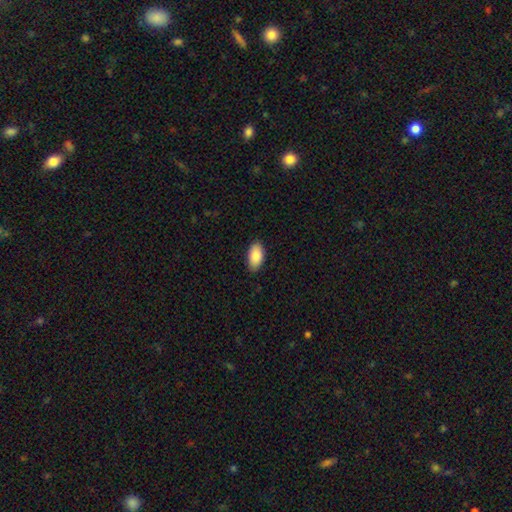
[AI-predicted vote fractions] This is clearly a smooth galaxy (88%). How rounded: clearly in between (95%). Merging: clearly none (87%).